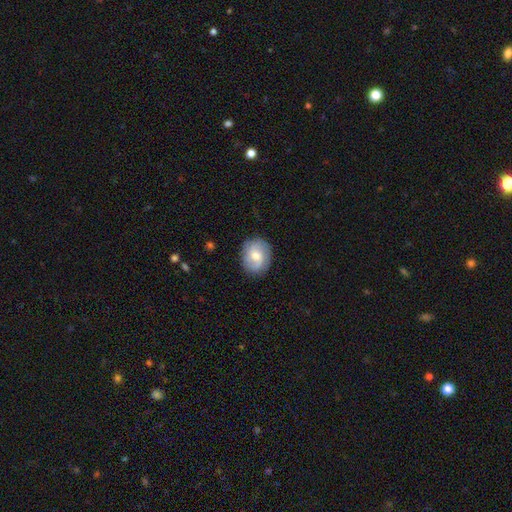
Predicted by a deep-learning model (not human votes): featured or disk 64%, smooth 29%, star or artifact 7%. Down the decision tree: edge-on disk — no (97%); bar — no (57%); spiral arms — yes (90%); spiral arm count — 2 (46%); spiral winding — medium (41%); bulge size — moderate (60%); merging — none (80%).